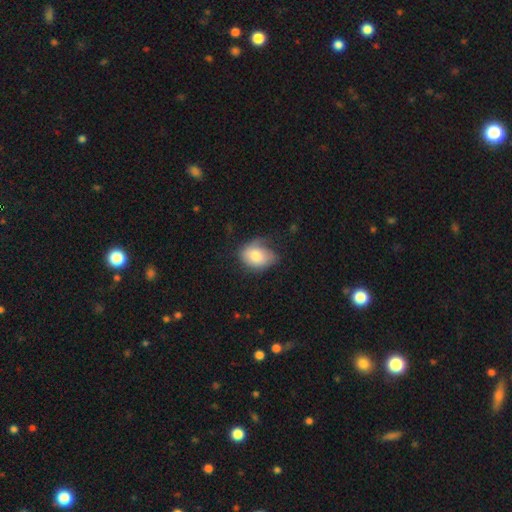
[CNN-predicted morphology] Smooth or featured? smooth (75%)
How rounded? in between (70%)
Merging? minor disturbance (39%, tied with none)